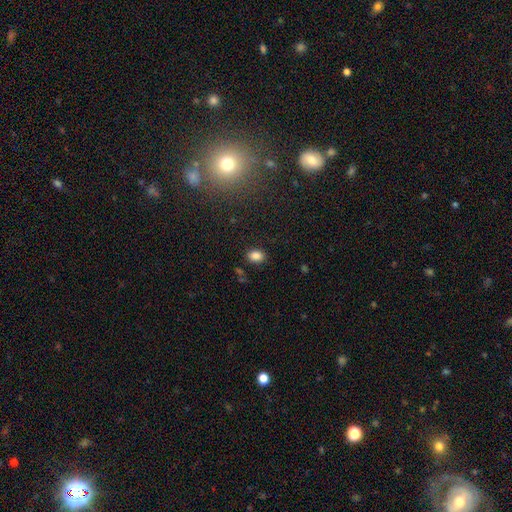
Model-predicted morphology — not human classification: A smooth galaxy with no disk features (85%) that is in between round and cigar-shaped (72%).

Vote fractions:
- Smooth or featured? smooth: 85% / star or artifact: 10% / featured or disk: 4%
- How rounded? in between: 72% / round: 27% / cigar-shaped: 1%
- Merging? none: 84% / minor disturbance: 11% / major disturbance: 3% / merger: 2%